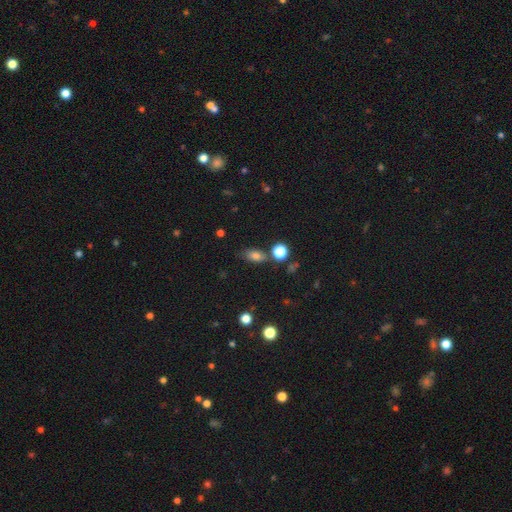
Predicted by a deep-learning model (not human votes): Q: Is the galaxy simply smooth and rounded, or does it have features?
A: smooth — 78%.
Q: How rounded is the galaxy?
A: in between — 82%.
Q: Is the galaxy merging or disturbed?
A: none — 70%.